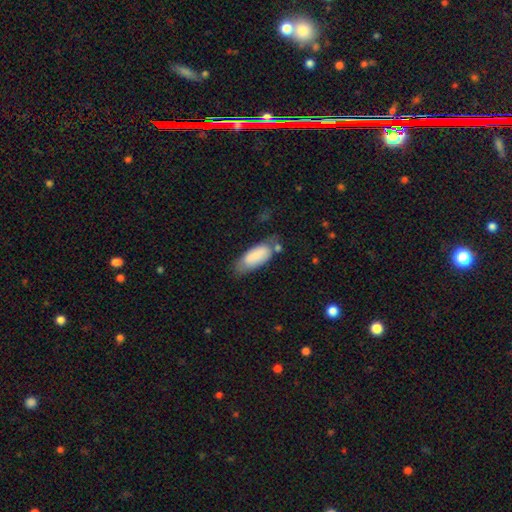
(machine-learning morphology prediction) Q: Smooth or featured?
A: smooth (80%); runner-up: featured or disk (14%)
Q: How rounded?
A: in between (84%); runner-up: cigar-shaped (14%)
Q: Merging?
A: none (48%); runner-up: minor disturbance (29%)